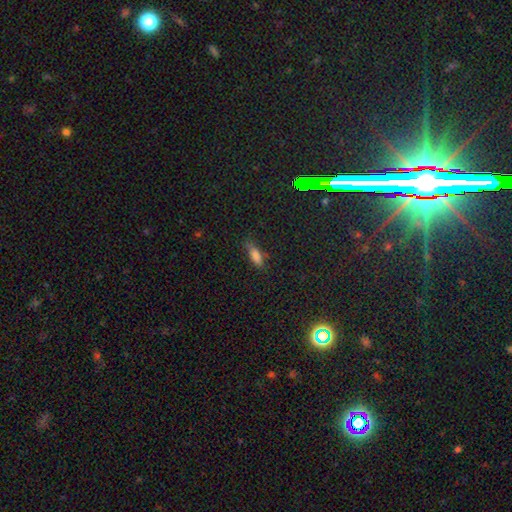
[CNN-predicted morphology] Q: Smooth or featured?
A: smooth (78%); runner-up: star or artifact (13%)
Q: How rounded?
A: in between (61%); runner-up: cigar-shaped (36%)
Q: Merging?
A: none (70%); runner-up: minor disturbance (22%)